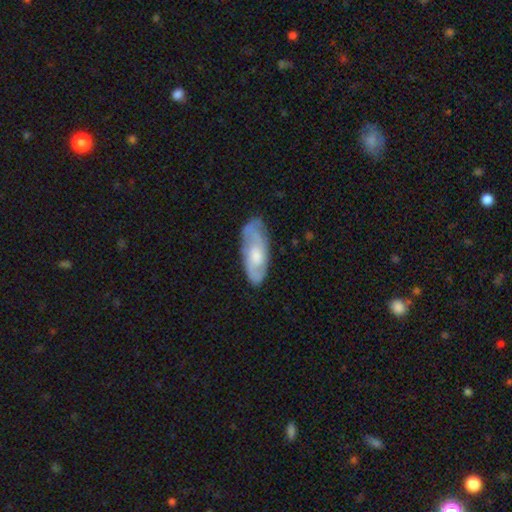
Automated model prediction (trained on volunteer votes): Smooth or featured? featured or disk (64%)
Edge-on disk? no (85%)
Bar? no (66%)
Spiral arms? yes (85%)
Bulge size? moderate (55%)
Merging? none (78%)